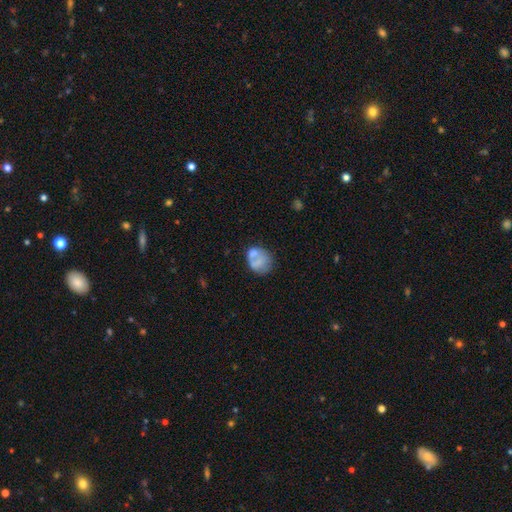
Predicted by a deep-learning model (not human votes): A smooth galaxy with no disk features (63%) that is round (57%). Merging: none (44%).